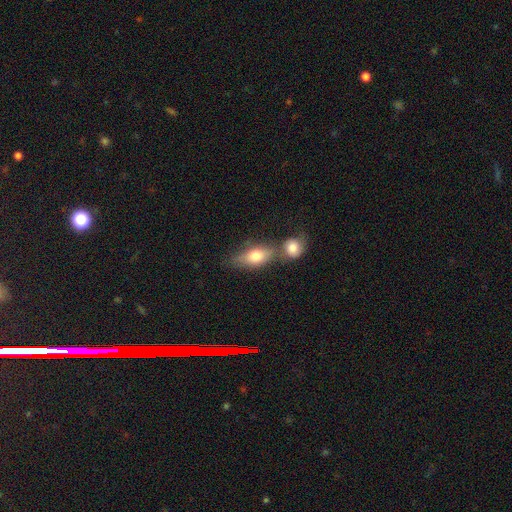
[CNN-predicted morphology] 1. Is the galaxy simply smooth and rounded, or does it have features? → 72% smooth, 21% featured or disk, 7% star or artifact.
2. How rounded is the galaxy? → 75% in between, 13% round, 12% cigar-shaped.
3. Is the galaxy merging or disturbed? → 44% merger, 39% none, 12% minor disturbance, 5% major disturbance.